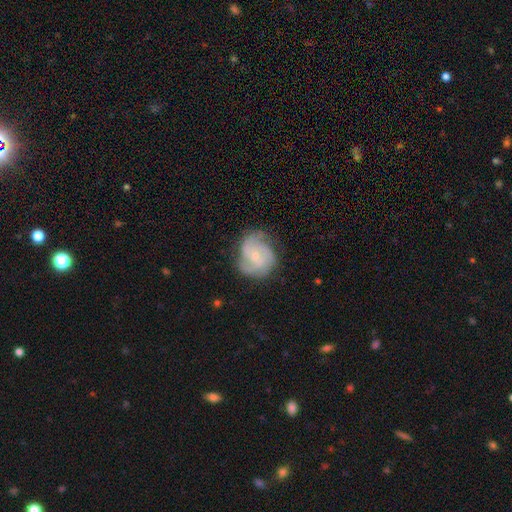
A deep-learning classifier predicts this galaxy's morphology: This appears to be a featured or disk galaxy (82%) with no bar (67%), 3 (50%) tight (49%) spiral arms (96%) and a small central bulge (68%). Merging: none (71%).